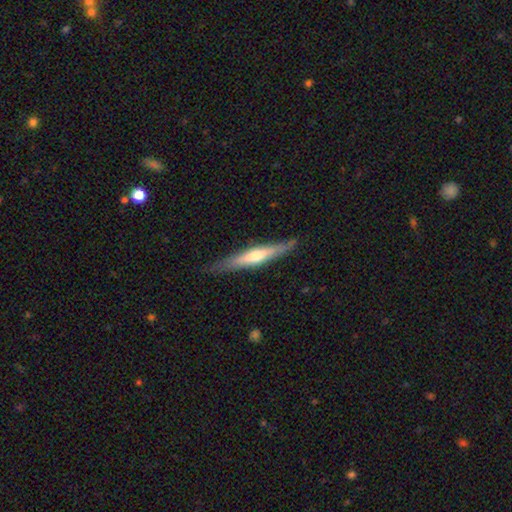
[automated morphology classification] Smooth or featured? featured or disk (51%)
Edge-on disk? yes (91%)
Merging? none (82%)